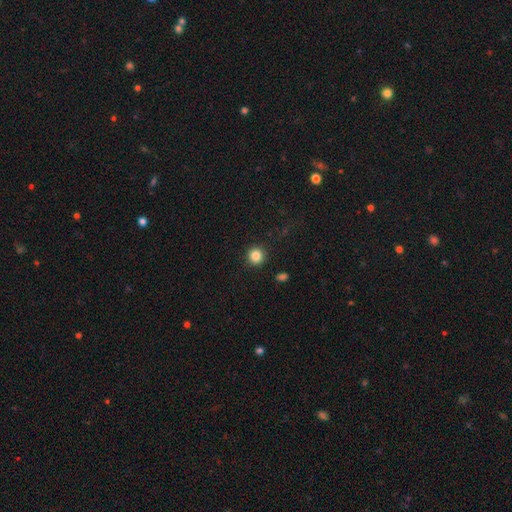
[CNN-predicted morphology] smooth-or-featured: smooth: 85% | star or artifact: 11% | featured or disk: 4%
  how-rounded: round: 93% | in between: 6% | cigar-shaped: 1%
  merging: none: 91% | minor disturbance: 5% | major disturbance: 2% | merger: 1%